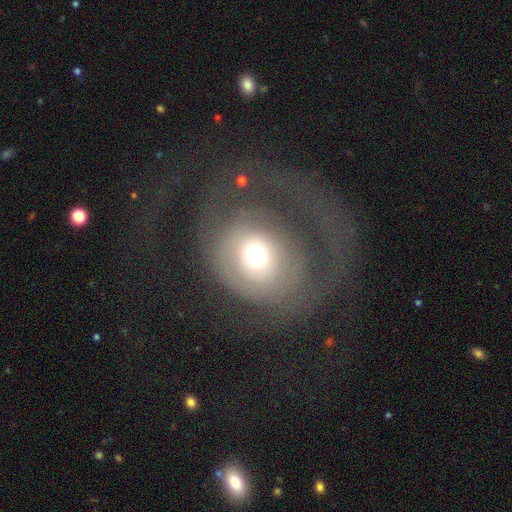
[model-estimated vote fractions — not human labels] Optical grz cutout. It shows a smooth galaxy with no disk features (50%). Merging: major disturbance (51%).